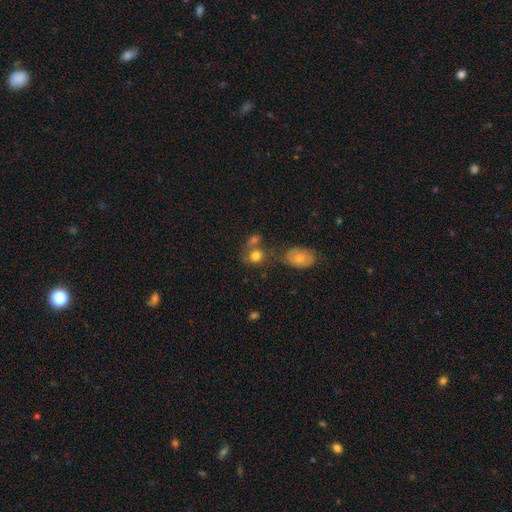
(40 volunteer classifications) smooth_or_featured: smooth (p=0.62) [alt: featured or disk p=0.25]
how_rounded: round (p=0.64) [alt: in between p=0.36]
merging: none (p=0.57) [alt: merger p=0.26]